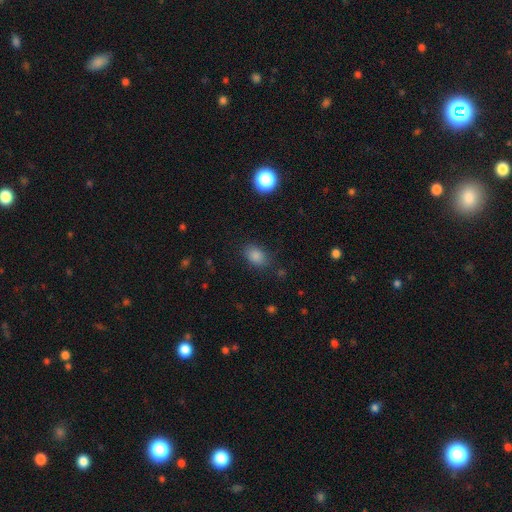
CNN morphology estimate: smooth-or-featured: smooth: 82% | star or artifact: 13% | featured or disk: 6%
  how-rounded: in between: 79% | round: 20% | cigar-shaped: 1%
  merging: none: 83% | minor disturbance: 12% | major disturbance: 3% | merger: 2%